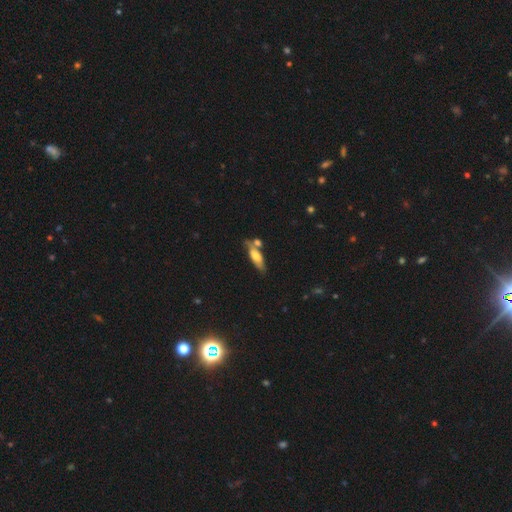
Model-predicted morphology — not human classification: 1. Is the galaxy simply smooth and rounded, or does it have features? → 61% smooth, 32% featured or disk, 7% star or artifact.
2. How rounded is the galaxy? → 55% in between, 42% cigar-shaped, 3% round.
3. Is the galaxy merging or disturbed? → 48% none, 26% merger, 19% minor disturbance, 7% major disturbance.